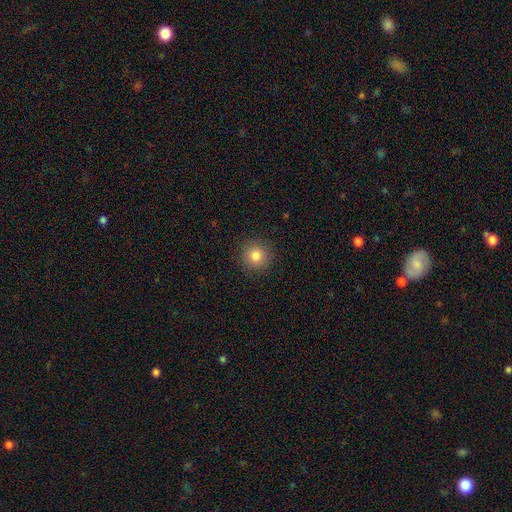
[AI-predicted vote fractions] A smooth galaxy with no disk features (83%) that is round (93%). Merging: none (90%).